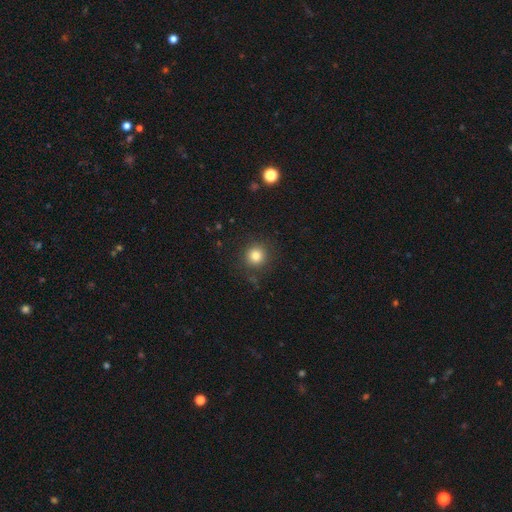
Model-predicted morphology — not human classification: Smooth or featured?
  - smooth: 81% *
  - star or artifact: 12%
  - featured or disk: 6%
How rounded?
  - round: 94% *
  - in between: 5%
  - cigar-shaped: 1%
Merging?
  - none: 87% *
  - minor disturbance: 8%
  - major disturbance: 3%
  - merger: 1%